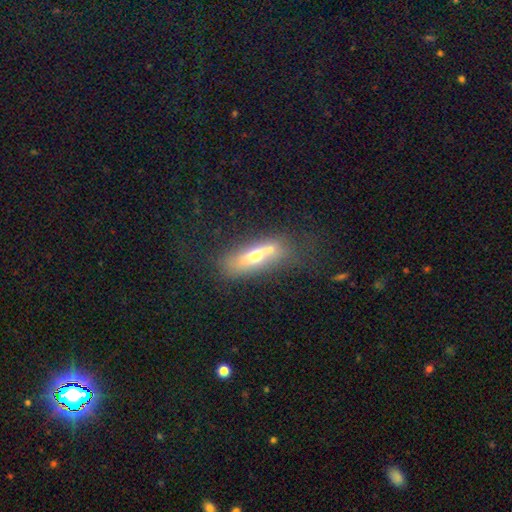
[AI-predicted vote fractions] Smooth or featured: smooth — 52% (featured or disk — 39%)
How rounded: in between — 50% (cigar-shaped — 46%)
Merging: none — 54% (minor disturbance — 20%)